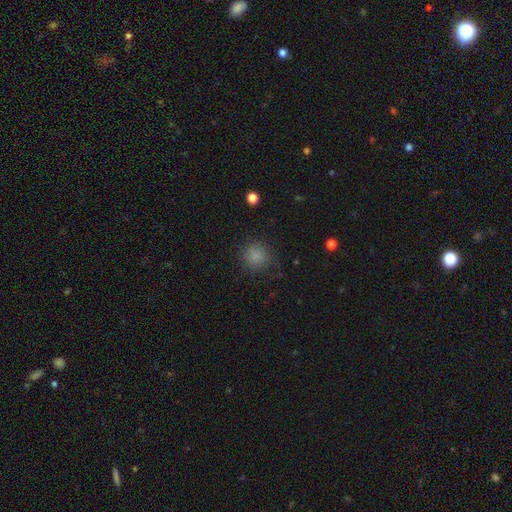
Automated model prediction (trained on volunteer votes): Overall: smooth (83%). How rounded: round (91%). Merging: none (79%).